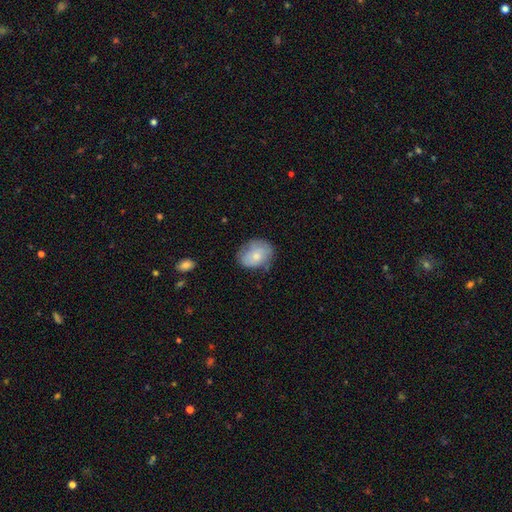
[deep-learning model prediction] This is likely a smooth galaxy (67%). How rounded: possibly in between (60%). Merging: likely none (61%).